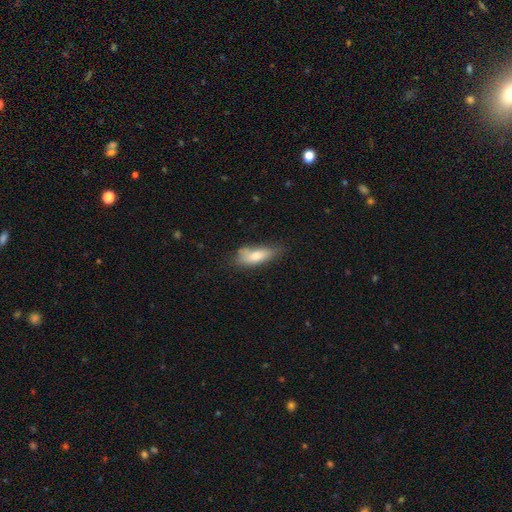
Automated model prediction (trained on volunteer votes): smooth 76%, featured or disk 17%, star or artifact 7%. Down the decision tree: how rounded — in between (72%); merging — none (46%).